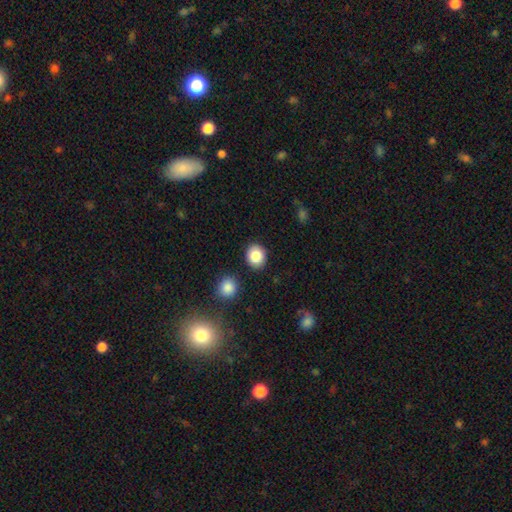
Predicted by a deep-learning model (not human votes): This appears to be a smooth galaxy with no disk features (85%) that is round (70%). Merging: none (87%).